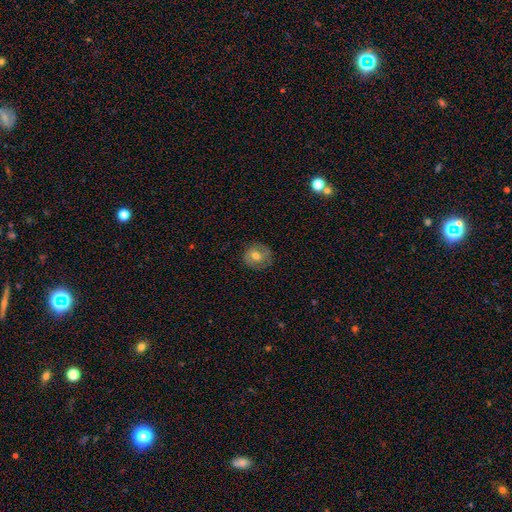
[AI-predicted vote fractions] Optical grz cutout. It shows a smooth galaxy with no disk features (61%) that is round (86%). Merging: none (81%).